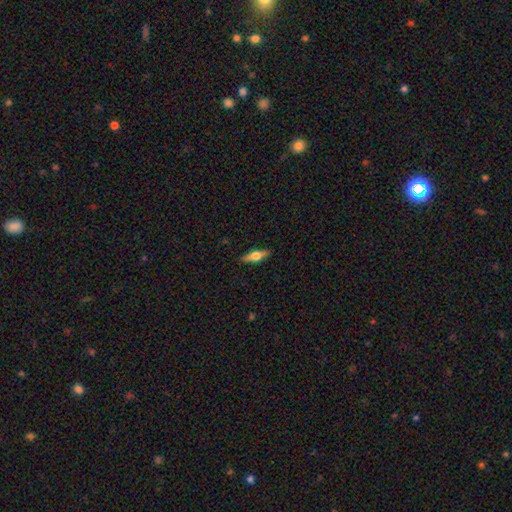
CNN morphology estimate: Smooth or featured?
  - featured or disk: 57% *
  - smooth: 37%
  - star or artifact: 6%
Edge-on disk?
  - yes: 95% *
  - no: 5%
Edge-on bulge?
  - rounded: 94% *
  - boxy: 4%
  - none: 2%
Merging?
  - none: 89% *
  - minor disturbance: 8%
  - major disturbance: 2%
  - merger: 1%